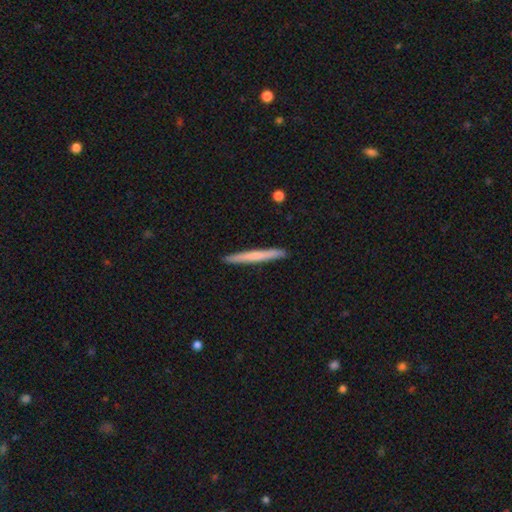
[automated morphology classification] Smooth or featured? Predicted: smooth (p=0.62). How rounded? Predicted: cigar-shaped (p=0.97). Merging? Predicted: none (p=0.92).